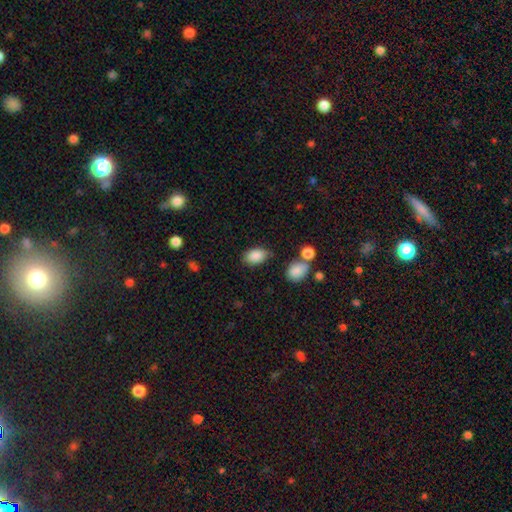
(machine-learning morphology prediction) This is clearly a smooth galaxy (87%). How rounded: clearly in between (89%). Merging: likely none (75%).